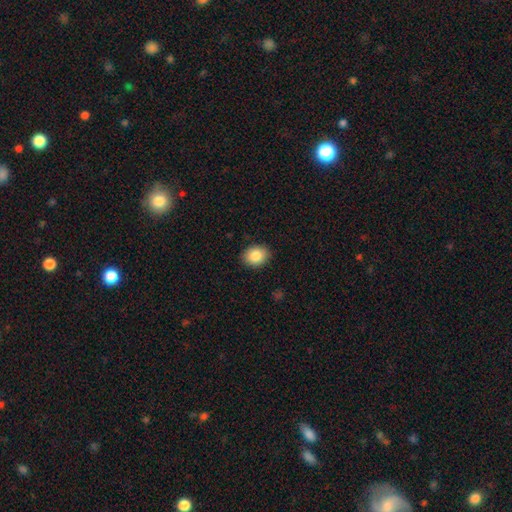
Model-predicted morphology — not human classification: Q: Smooth or featured?
A: smooth (86%); runner-up: star or artifact (8%)
Q: How rounded?
A: in between (58%); runner-up: round (41%)
Q: Merging?
A: none (89%); runner-up: minor disturbance (8%)